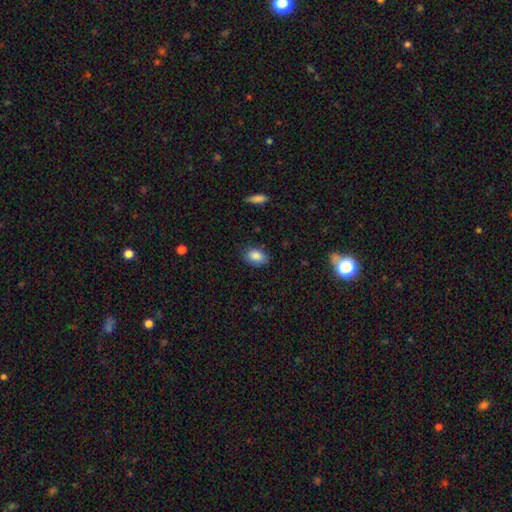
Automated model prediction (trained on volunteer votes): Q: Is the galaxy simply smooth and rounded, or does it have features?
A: smooth — 86%.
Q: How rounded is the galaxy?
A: in between — 86%.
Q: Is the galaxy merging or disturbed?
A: none — 79%.